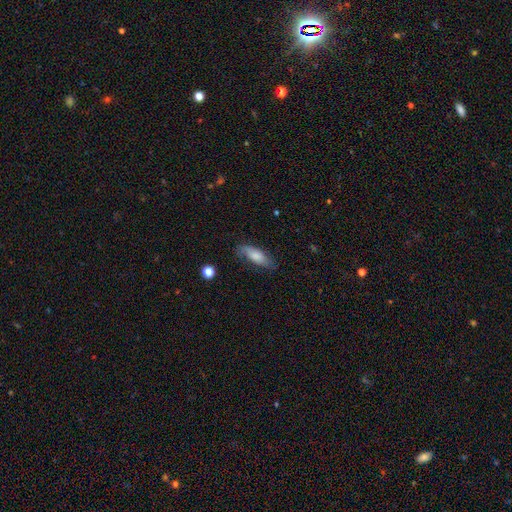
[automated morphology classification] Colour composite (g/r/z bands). It shows a smooth galaxy with no disk features (68%) that is in between round and cigar-shaped (71%). Merging: none (65%).